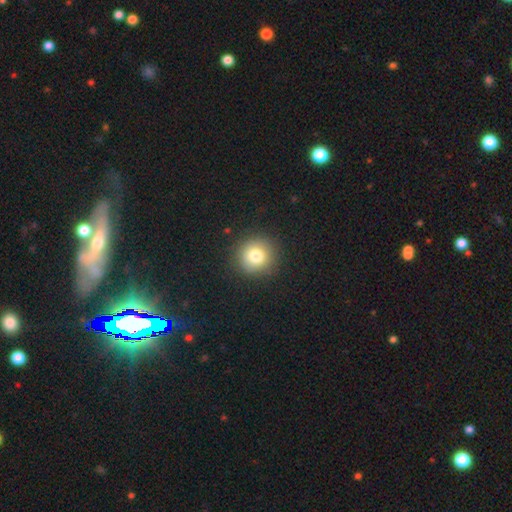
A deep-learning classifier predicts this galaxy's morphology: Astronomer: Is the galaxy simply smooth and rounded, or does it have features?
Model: smooth — 79%.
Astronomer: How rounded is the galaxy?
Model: round — 92%.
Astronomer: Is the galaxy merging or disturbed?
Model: none — 89%.